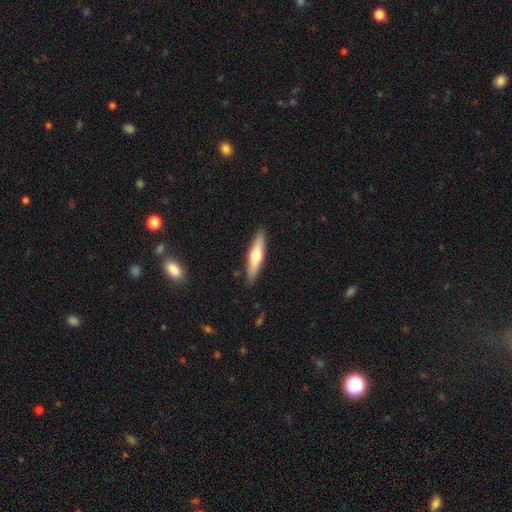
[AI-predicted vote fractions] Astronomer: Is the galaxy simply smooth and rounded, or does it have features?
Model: smooth — 54% (runner-up: featured or disk, 41%).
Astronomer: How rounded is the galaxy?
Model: cigar-shaped — 77%.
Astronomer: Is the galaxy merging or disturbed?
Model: none — 89%.